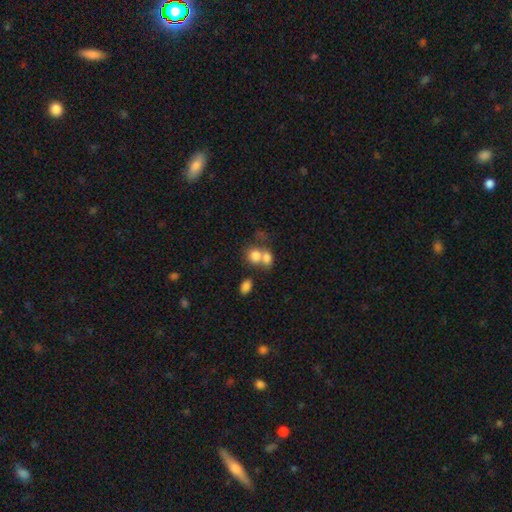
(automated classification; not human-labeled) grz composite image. It shows a smooth galaxy with no disk features (76%) that is round (63%). Merging: merger (55%).